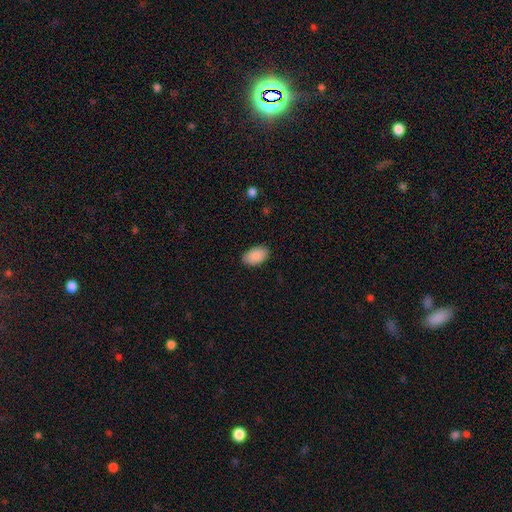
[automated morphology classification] This is clearly a smooth galaxy (90%). How rounded: clearly in between (94%). Merging: clearly none (86%).